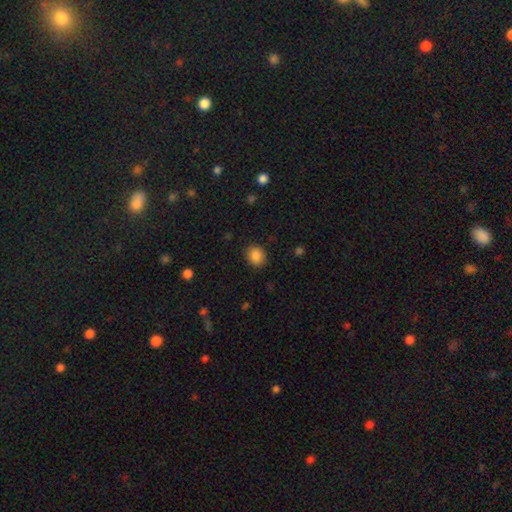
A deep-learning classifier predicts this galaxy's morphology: Smooth or featured: smooth — 87% (star or artifact — 9%)
How rounded: round — 62% (in between — 37%)
Merging: none — 88% (minor disturbance — 8%)